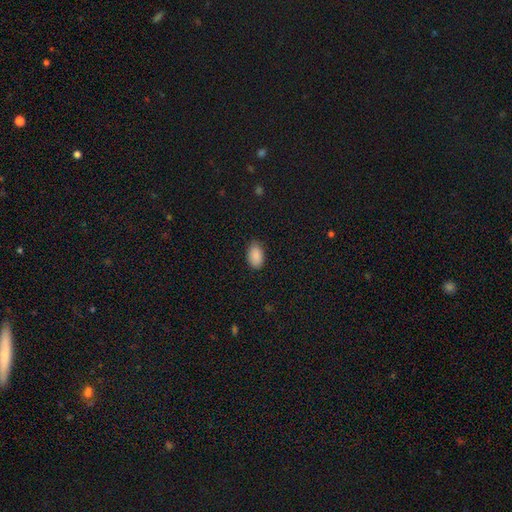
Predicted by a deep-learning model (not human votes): A smooth galaxy with no disk features (90%) that is in between round and cigar-shaped (92%). Merging: none (83%).